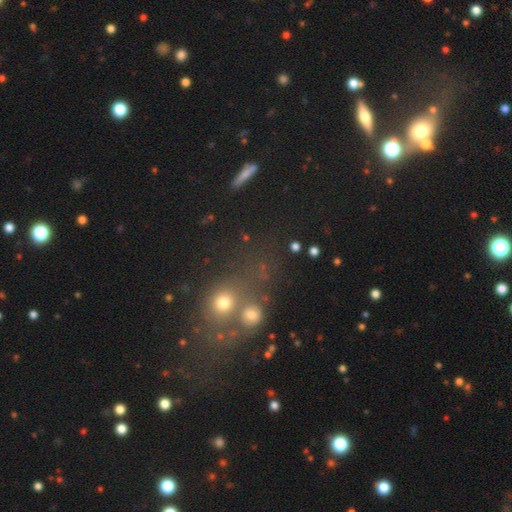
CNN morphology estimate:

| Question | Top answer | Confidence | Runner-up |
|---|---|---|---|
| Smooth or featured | smooth | 46% | star or artifact (37%) |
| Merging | none | 45% | merger (37%) |